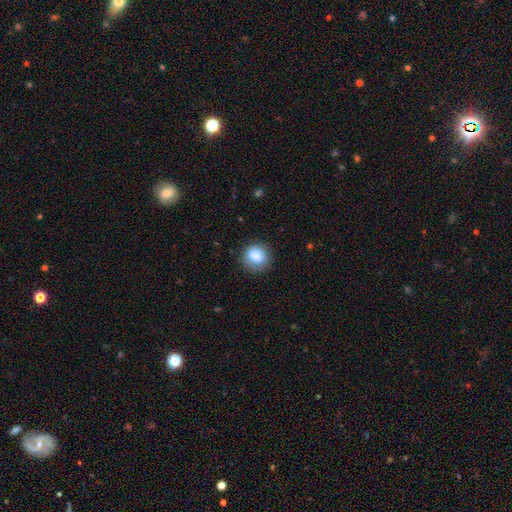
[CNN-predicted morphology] Smooth or featured? smooth (84%)
How rounded? round (82%)
Merging? none (82%)